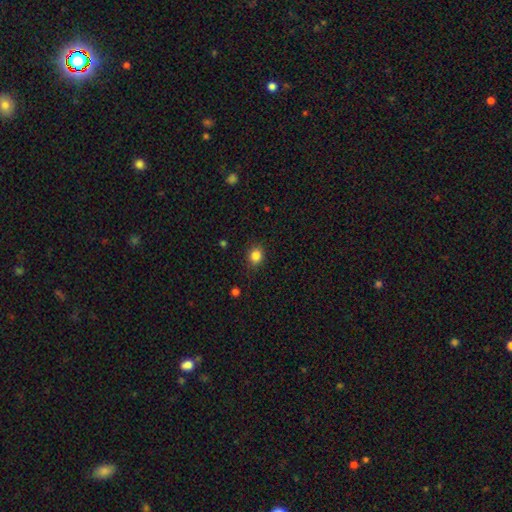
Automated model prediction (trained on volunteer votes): A smooth galaxy with no disk features (84%) that is round (71%).

Vote fractions:
- Smooth or featured? smooth: 84% / star or artifact: 11% / featured or disk: 5%
- How rounded? round: 71% / in between: 28% / cigar-shaped: 1%
- Merging? none: 86% / minor disturbance: 10% / major disturbance: 3% / merger: 1%